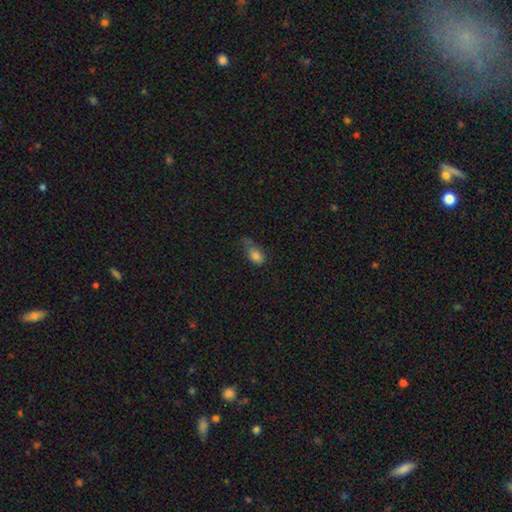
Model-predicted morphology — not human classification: type=smooth (79%); roundness=in between (84%); merging=none (35%, tied with minor disturbance).